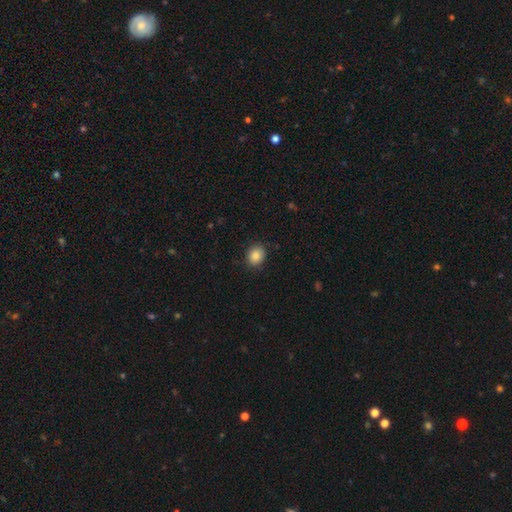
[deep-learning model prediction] Smooth or featured: smooth — 86% (star or artifact — 9%)
How rounded: round — 61% (in between — 38%)
Merging: none — 87% (minor disturbance — 10%)